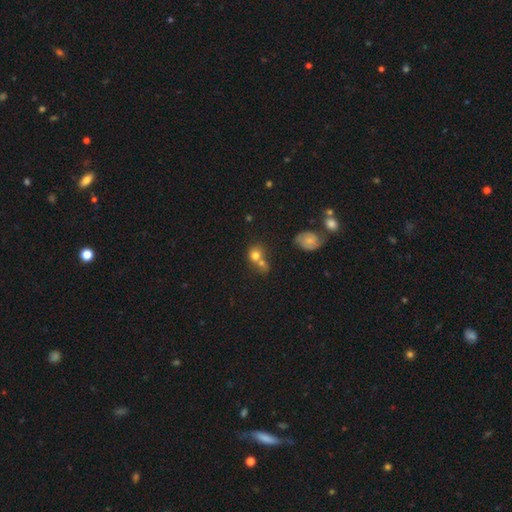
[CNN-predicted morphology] Q: Smooth or featured?
A: smooth (73%); runner-up: featured or disk (15%)
Q: How rounded?
A: round (73%); runner-up: in between (26%)
Q: Merging?
A: merger (51%); runner-up: none (34%)